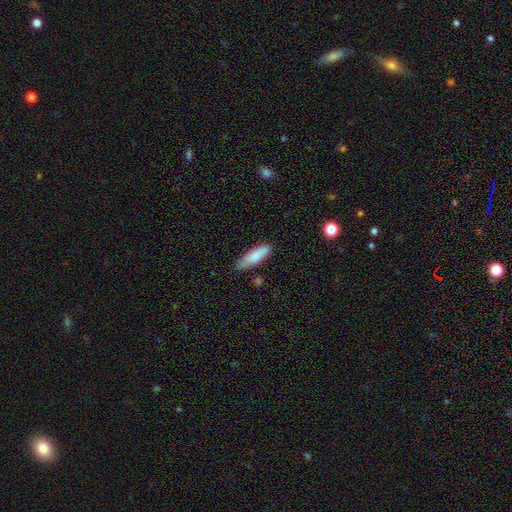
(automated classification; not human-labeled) smooth 83%, featured or disk 11%, star or artifact 6%. Down the decision tree: how rounded — cigar-shaped (53%); merging — none (70%).